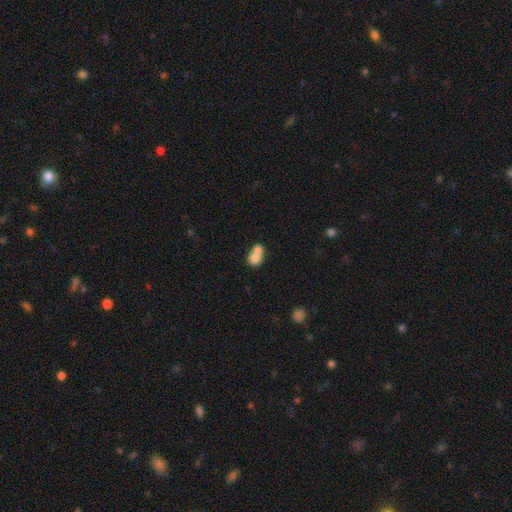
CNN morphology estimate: type=smooth (73%); roundness=round (56%); merging=merger (70%).